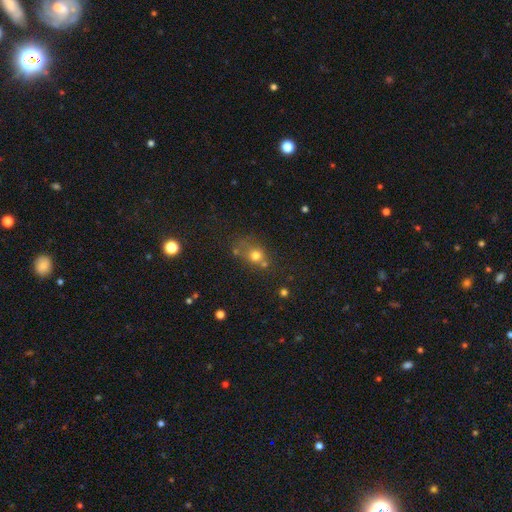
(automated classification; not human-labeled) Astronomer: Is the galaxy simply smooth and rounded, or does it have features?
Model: smooth — 69%.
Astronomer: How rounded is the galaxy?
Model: round — 70%.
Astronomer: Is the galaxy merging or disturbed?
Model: none — 50%.